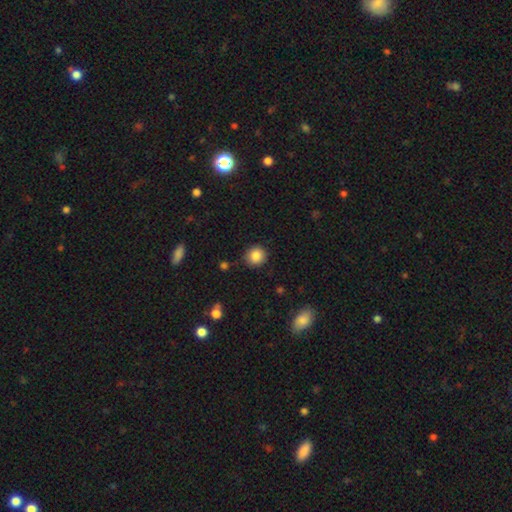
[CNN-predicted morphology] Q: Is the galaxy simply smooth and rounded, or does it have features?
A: smooth — 85%.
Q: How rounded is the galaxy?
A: round — 88%.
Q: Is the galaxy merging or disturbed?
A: none — 87%.